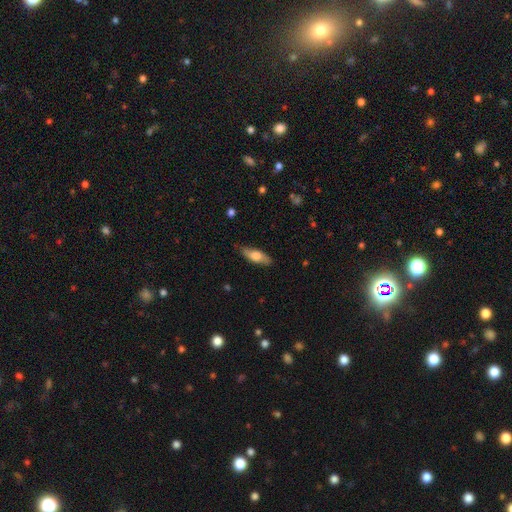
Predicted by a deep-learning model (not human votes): Overall: smooth (61%; featured or disk 33%). How rounded: in between (57%; cigar-shaped 40%). Merging: none (80%).